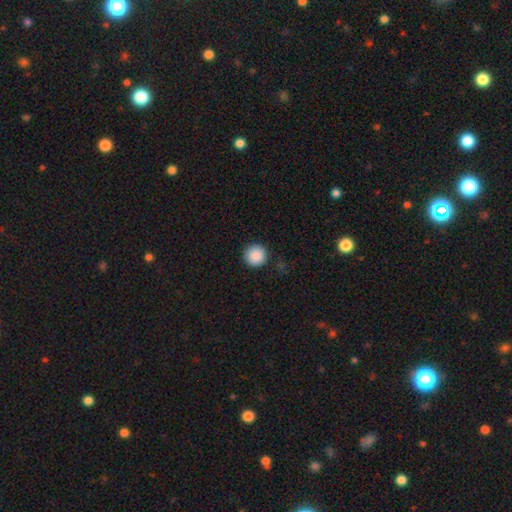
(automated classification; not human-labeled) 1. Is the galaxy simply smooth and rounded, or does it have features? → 89% smooth, 8% star or artifact, 3% featured or disk.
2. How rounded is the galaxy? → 95% round, 4% in between, 1% cigar-shaped.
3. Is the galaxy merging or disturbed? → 90% none, 7% minor disturbance, 2% major disturbance, 1% merger.